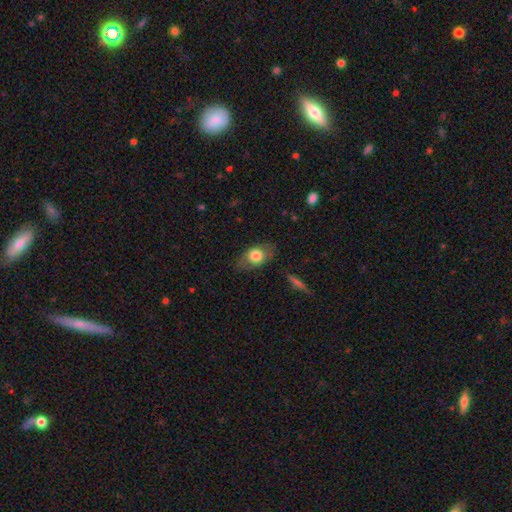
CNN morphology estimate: A smooth galaxy with no disk features (71%) that is in between round and cigar-shaped (68%).

Vote fractions:
- Smooth or featured? smooth: 71% / featured or disk: 22% / star or artifact: 7%
- How rounded? in between: 68% / round: 29% / cigar-shaped: 3%
- Merging? none: 72% / minor disturbance: 19% / major disturbance: 8% / merger: 2%